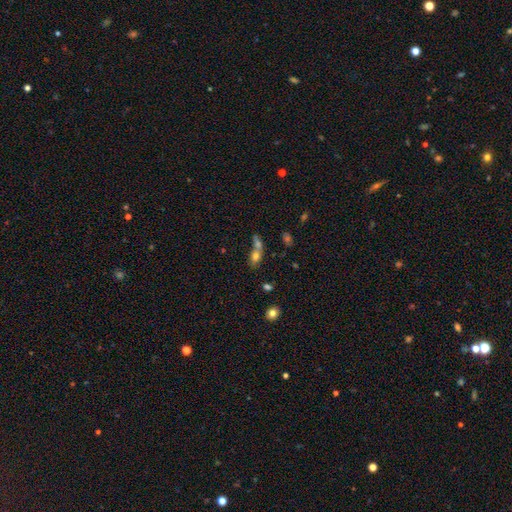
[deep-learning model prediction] A smooth galaxy with no disk features (72%) that is in between round and cigar-shaped (68%).

Vote fractions:
- Smooth or featured? smooth: 72% / featured or disk: 16% / star or artifact: 12%
- How rounded? in between: 68% / round: 22% / cigar-shaped: 9%
- Merging? merger: 59% / none: 27% / minor disturbance: 9% / major disturbance: 5%